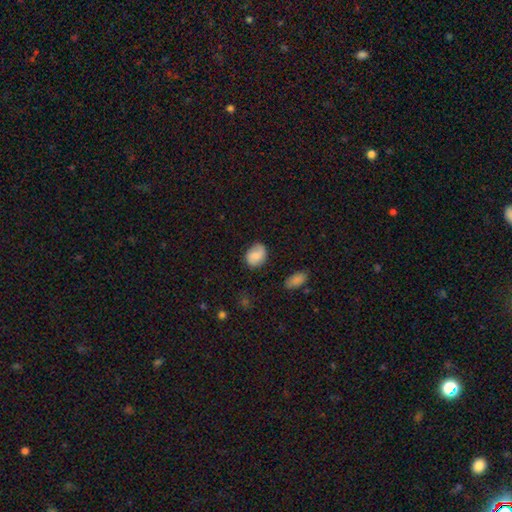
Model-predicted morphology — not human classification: The model was most divided on "how rounded": in between: 60%, round: 38%, cigar-shaped: 1%. More confident: merging — none (75%); smooth or featured — smooth (72%).